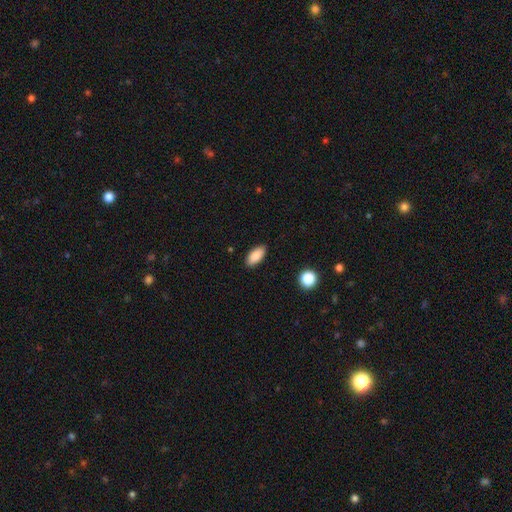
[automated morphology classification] Smooth or featured? Predicted: smooth (p=0.87). How rounded? Predicted: in between (p=0.90). Merging? Predicted: none (p=0.88).